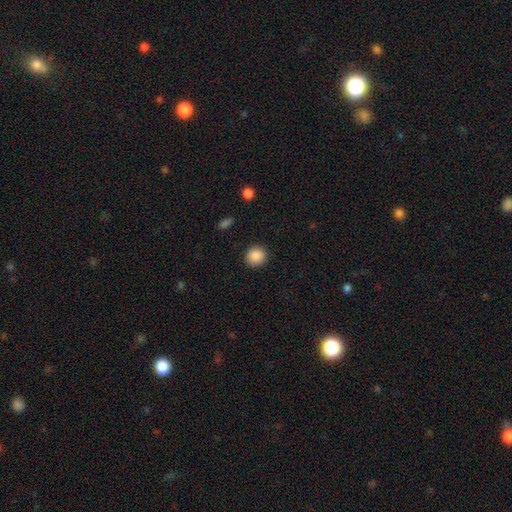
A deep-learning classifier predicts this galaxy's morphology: smooth-or-featured: smooth: 88% | star or artifact: 9% | featured or disk: 3%
  how-rounded: round: 89% | in between: 10% | cigar-shaped: 1%
  merging: none: 90% | minor disturbance: 6% | major disturbance: 2% | merger: 1%